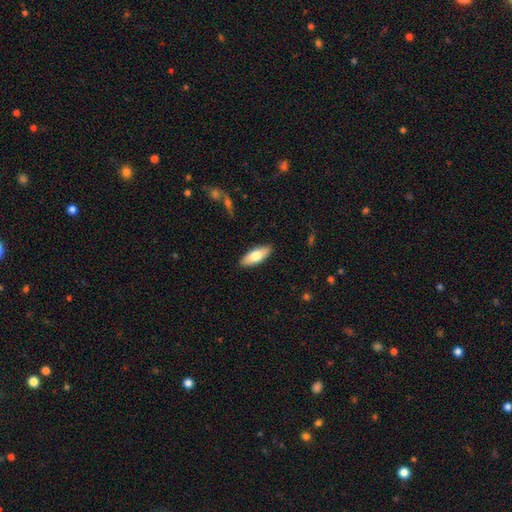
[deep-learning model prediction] Smooth or featured? Predicted: smooth (p=0.73). How rounded? Predicted: in between (p=0.73). Merging? Predicted: none (p=0.89).